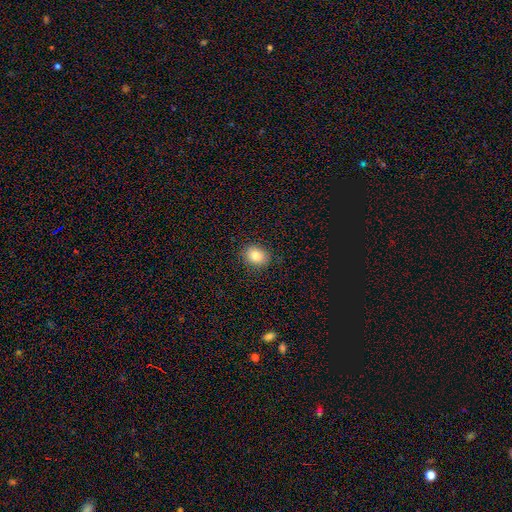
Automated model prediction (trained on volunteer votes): smooth_or_featured: smooth (p=0.83) [alt: star or artifact p=0.10]
how_rounded: round (p=0.52) [alt: in between p=0.47]
merging: none (p=0.88) [alt: minor disturbance p=0.08]